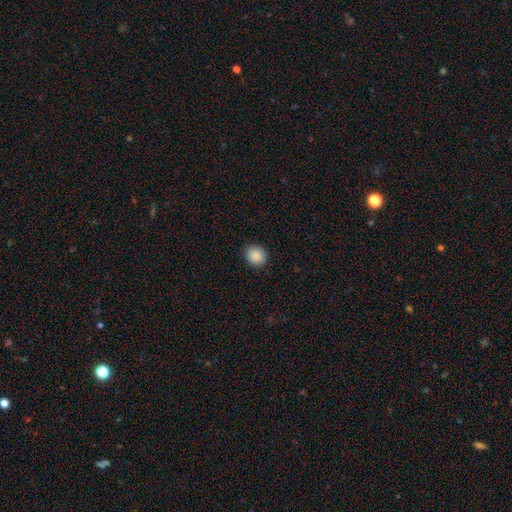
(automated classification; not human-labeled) smooth-or-featured: smooth: 89% | star or artifact: 8% | featured or disk: 3%
  how-rounded: round: 82% | in between: 17% | cigar-shaped: 1%
  merging: none: 90% | minor disturbance: 7% | major disturbance: 2% | merger: 1%